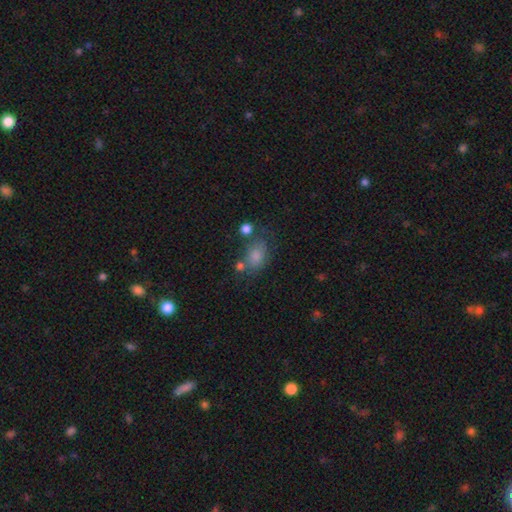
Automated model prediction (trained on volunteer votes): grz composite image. It shows a smooth galaxy with no disk features (70%) that is in between round and cigar-shaped (66%). Merging: none (56%).